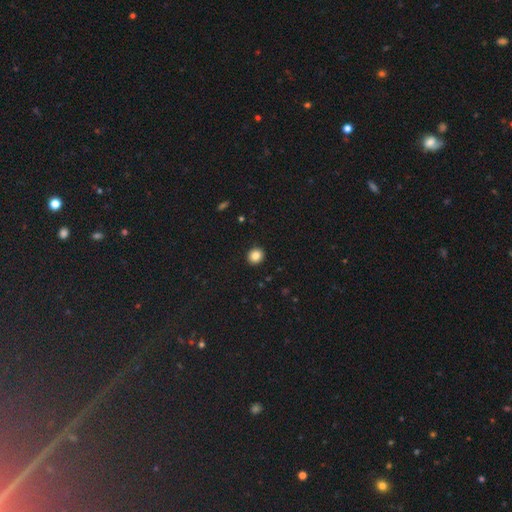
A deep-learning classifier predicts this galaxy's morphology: type=smooth (85%); roundness=round (85%); merging=none (93%).